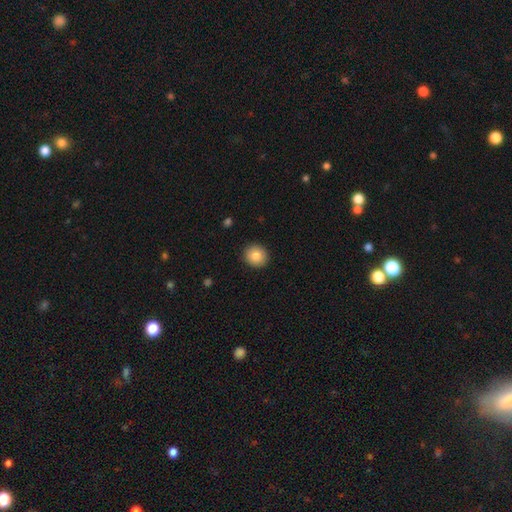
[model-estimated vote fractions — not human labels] smooth_or_featured: smooth (p=0.85) [alt: star or artifact p=0.08]
how_rounded: round (p=0.85) [alt: in between p=0.14]
merging: none (p=0.91) [alt: minor disturbance p=0.06]